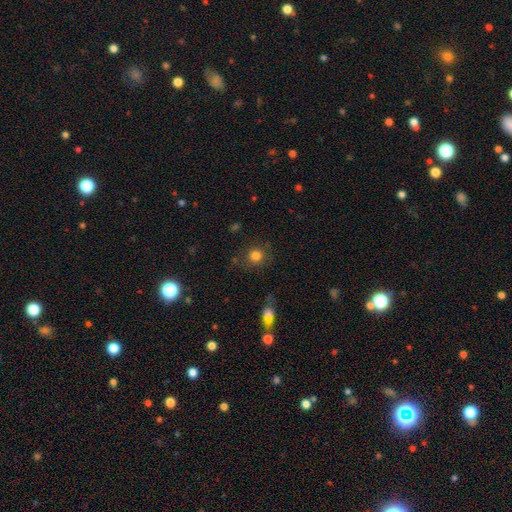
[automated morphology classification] This is clearly a smooth galaxy (80%). How rounded: clearly round (88%). Merging: clearly none (81%).